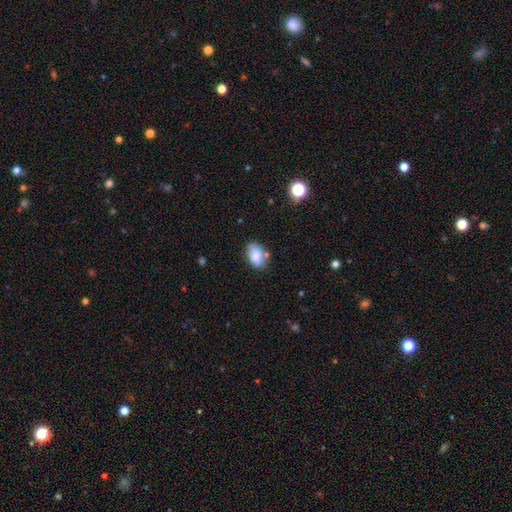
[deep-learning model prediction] Smooth or featured? smooth (80%)
How rounded? in between (87%)
Merging? none (64%)